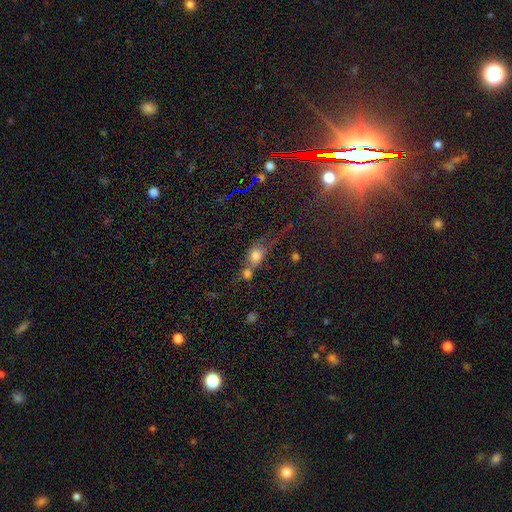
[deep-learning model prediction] smooth 68%, star or artifact 16%, featured or disk 16%. Down the decision tree: how rounded — round (55%); merging — merger (55%).